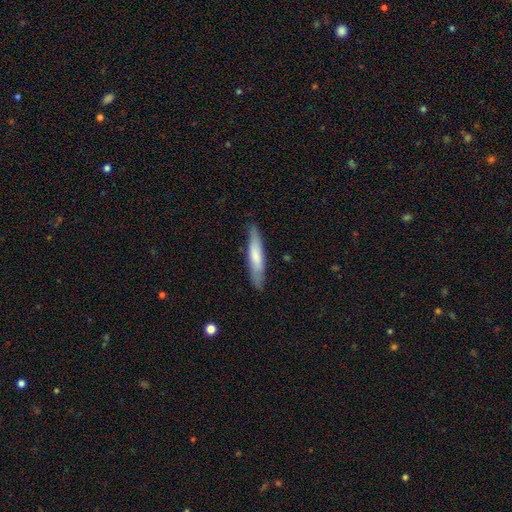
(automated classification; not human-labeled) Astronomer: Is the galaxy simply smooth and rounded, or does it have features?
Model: smooth — 65%.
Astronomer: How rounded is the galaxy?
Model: cigar-shaped — 86%.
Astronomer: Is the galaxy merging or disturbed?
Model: none — 81%.